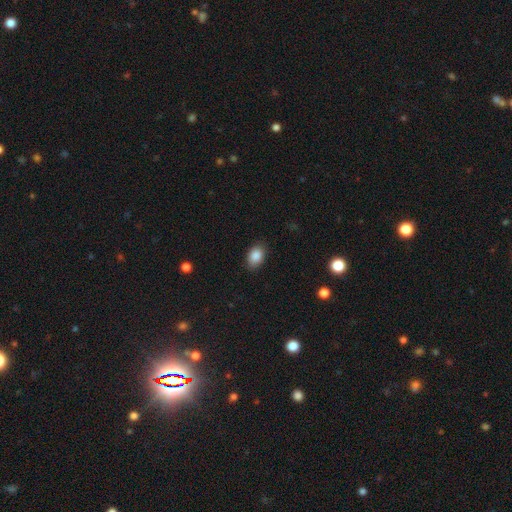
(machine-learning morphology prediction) Q: Smooth or featured?
A: smooth (87%); runner-up: star or artifact (8%)
Q: How rounded?
A: in between (85%); runner-up: round (14%)
Q: Merging?
A: none (86%); runner-up: minor disturbance (11%)